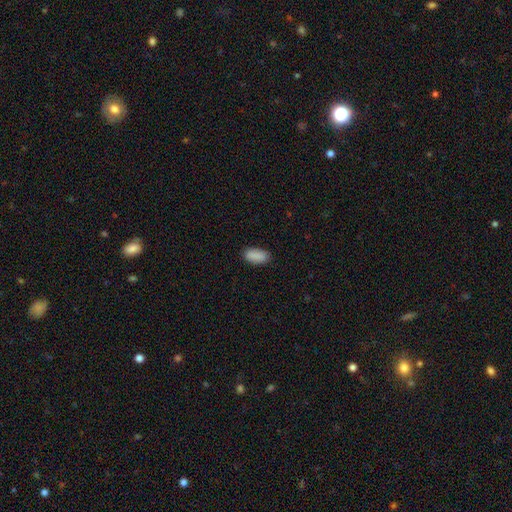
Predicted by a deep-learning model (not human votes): This appears to be a smooth galaxy with no disk features (89%) that is in between round and cigar-shaped (91%). Merging: none (84%).